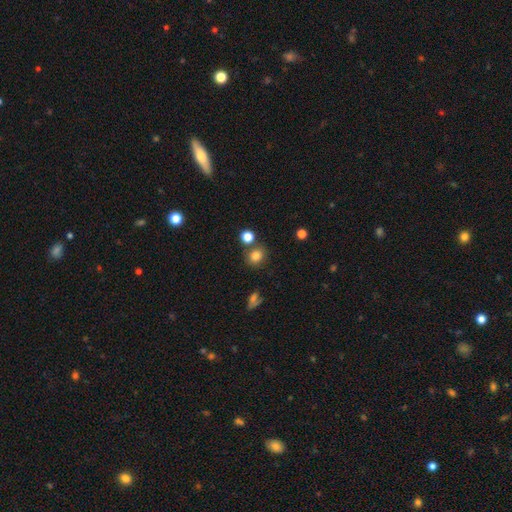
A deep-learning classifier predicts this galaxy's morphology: smooth 81%, star or artifact 13%, featured or disk 6%. Down the decision tree: how rounded — round (73%); merging — none (74%).